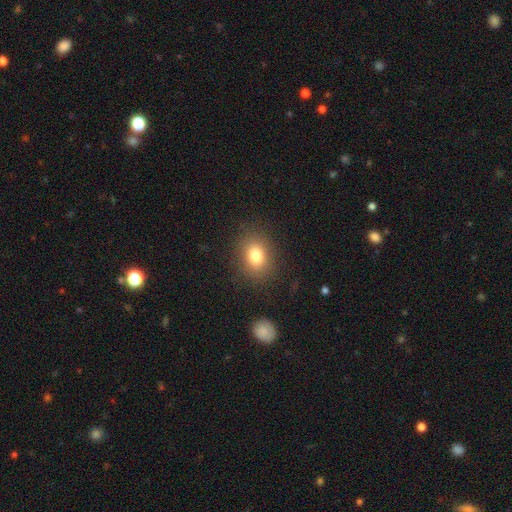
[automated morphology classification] The model was most divided on "how rounded": in between: 53%, round: 46%, cigar-shaped: 1%. More confident: merging — none (84%); smooth or featured — smooth (80%).